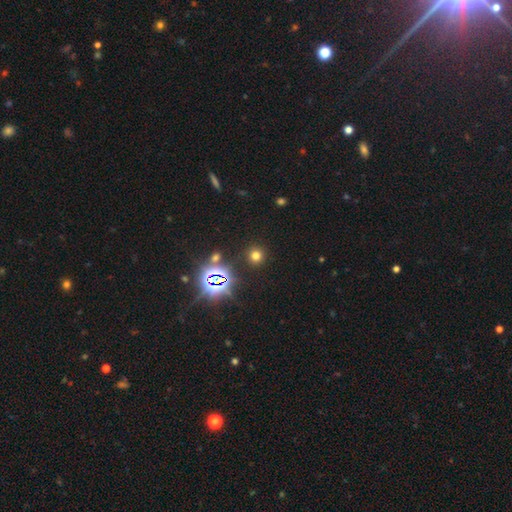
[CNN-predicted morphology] smooth_or_featured: smooth (p=0.64) [alt: star or artifact p=0.29]
how_rounded: round (p=0.92) [alt: in between p=0.07]
merging: none (p=0.90) [alt: minor disturbance p=0.05]